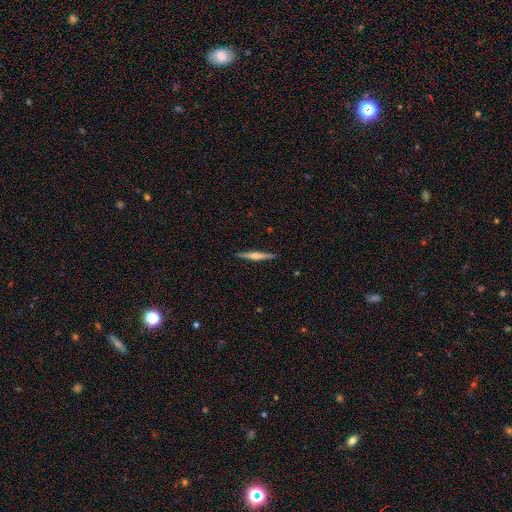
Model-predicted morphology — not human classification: A featured or disk galaxy (59%) viewed edge-on (98%) with a rounded central bulge (76%). Merging: none (91%).